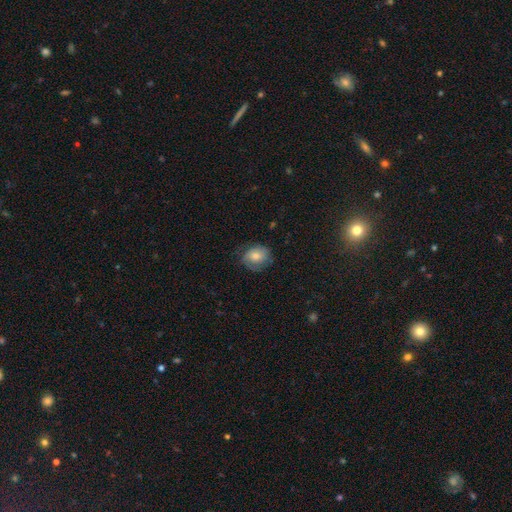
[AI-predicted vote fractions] Smooth or featured? smooth (62%)
How rounded? round (61%)
Merging? none (66%)